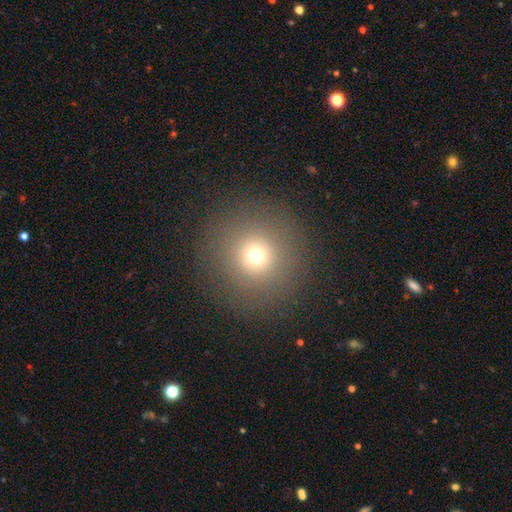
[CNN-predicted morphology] Smooth or featured: smooth — 68% (star or artifact — 21%)
How rounded: round — 94% (in between — 5%)
Merging: none — 87% (minor disturbance — 7%)